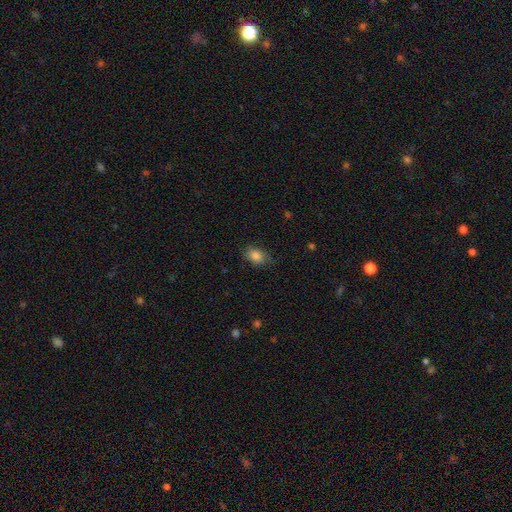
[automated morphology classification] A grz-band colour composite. It shows a smooth galaxy with no disk features (85%) that is in between round and cigar-shaped (71%). Merging: none (76%).